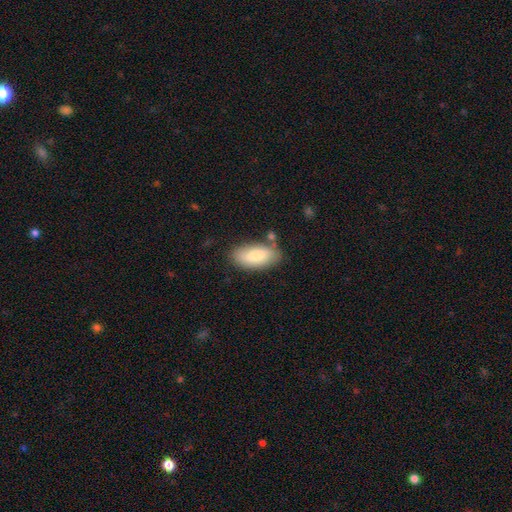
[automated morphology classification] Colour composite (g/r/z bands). It shows a smooth galaxy with no disk features (78%) that is in between round and cigar-shaped (92%). Merging: none (73%).